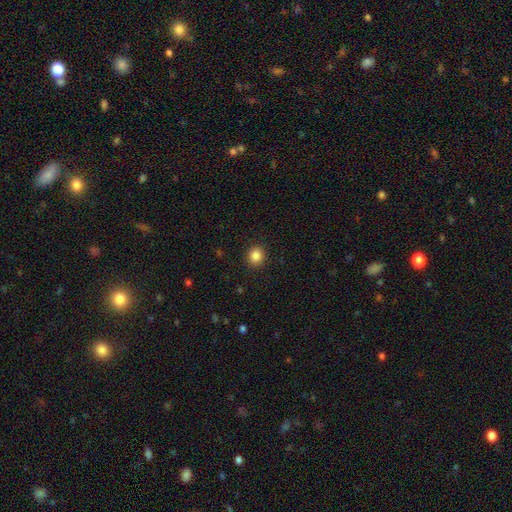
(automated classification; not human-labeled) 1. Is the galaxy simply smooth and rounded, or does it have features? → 85% smooth, 11% star or artifact, 4% featured or disk.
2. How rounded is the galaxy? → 85% round, 14% in between, 1% cigar-shaped.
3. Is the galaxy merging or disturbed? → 91% none, 6% minor disturbance, 2% major disturbance, 1% merger.